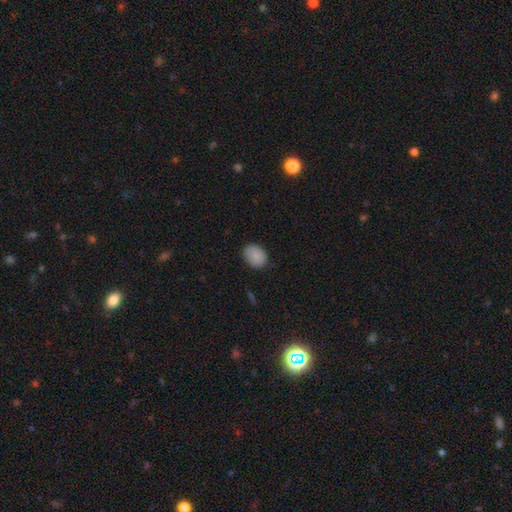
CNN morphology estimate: A smooth galaxy with no disk features (85%) that is in between round and cigar-shaped (56%).

Vote fractions:
- Smooth or featured? smooth: 85% / star or artifact: 8% / featured or disk: 7%
- How rounded? in between: 56% / round: 44% / cigar-shaped: 1%
- Merging? none: 81% / minor disturbance: 15% / major disturbance: 3% / merger: 1%